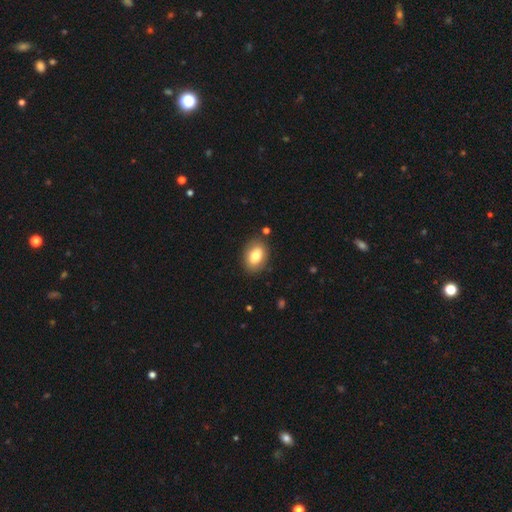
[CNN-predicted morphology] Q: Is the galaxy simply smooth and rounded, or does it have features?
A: smooth — 78%.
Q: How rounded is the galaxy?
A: in between — 80%.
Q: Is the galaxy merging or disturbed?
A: none — 84%.